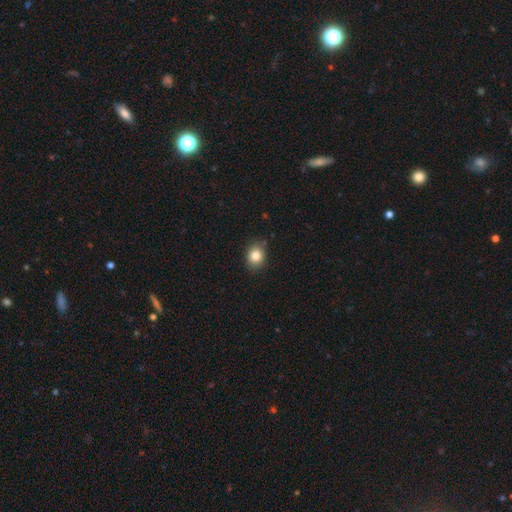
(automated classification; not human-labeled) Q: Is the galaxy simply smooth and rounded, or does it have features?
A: smooth — 82%.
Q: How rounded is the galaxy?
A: round — 53%.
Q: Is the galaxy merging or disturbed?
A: none — 84%.